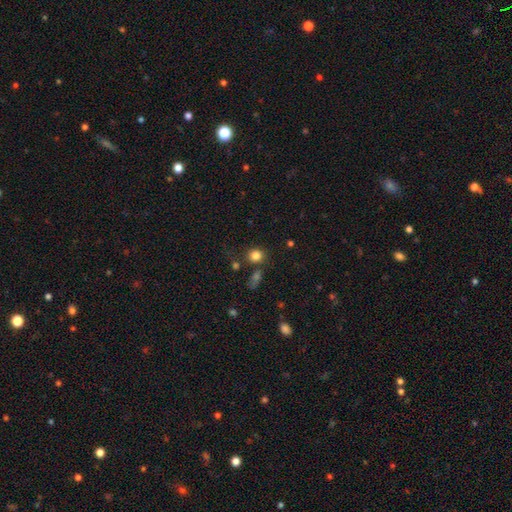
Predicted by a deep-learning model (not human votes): Smooth or featured? Predicted: smooth (p=0.82). How rounded? Predicted: round (p=0.83). Merging? Predicted: none (p=0.75).